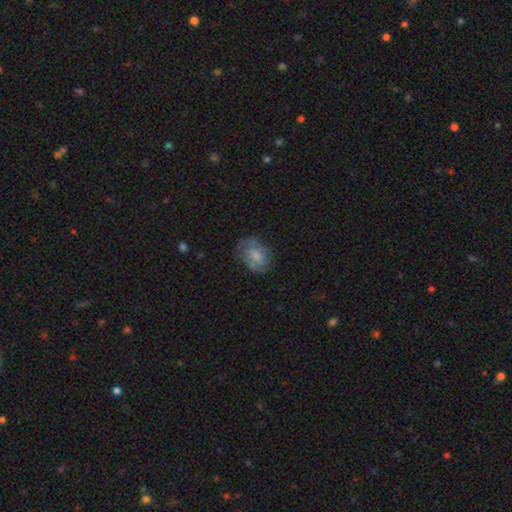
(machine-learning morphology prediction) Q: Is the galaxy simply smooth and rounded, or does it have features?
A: smooth — 62%.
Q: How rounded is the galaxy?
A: in between — 74%.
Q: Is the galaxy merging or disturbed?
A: none — 62%.